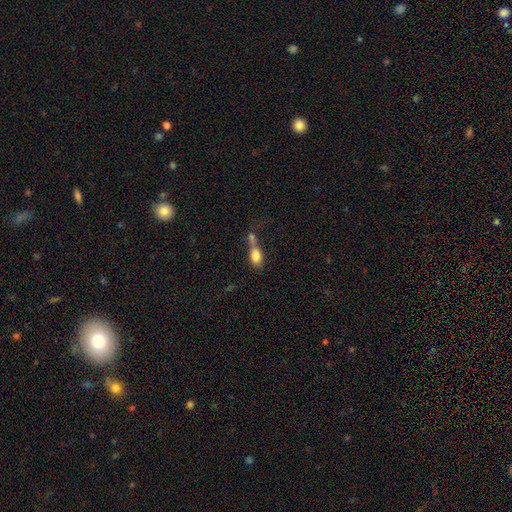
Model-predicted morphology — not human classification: A smooth galaxy with no disk features (80%) that is in between round and cigar-shaped (83%).

Vote fractions:
- Smooth or featured? smooth: 80% / featured or disk: 12% / star or artifact: 9%
- How rounded? in between: 83% / round: 11% / cigar-shaped: 5%
- Merging? merger: 48% / none: 26% / minor disturbance: 13% / major disturbance: 12%